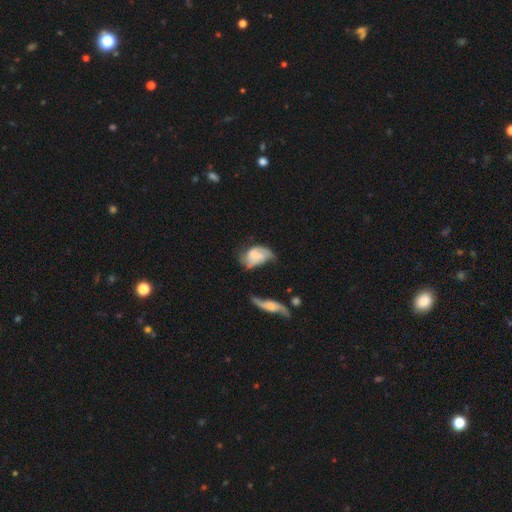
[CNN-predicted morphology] This appears to be a featured or disk galaxy (60%) with no bar (55%), spiral arms (81%) and a small central bulge (47%). Merging: none (33%).